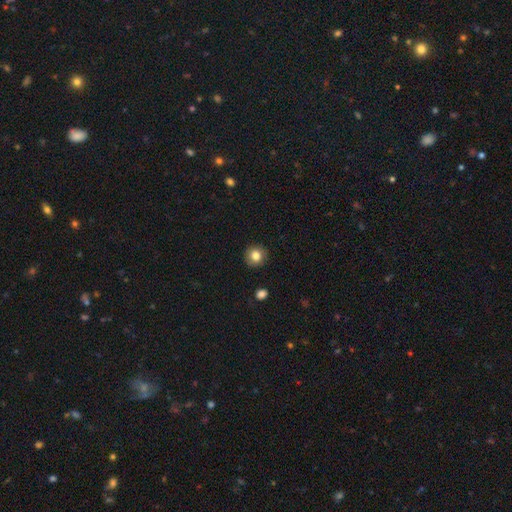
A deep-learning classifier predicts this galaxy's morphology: Smooth or featured? smooth (82%)
How rounded? round (92%)
Merging? none (89%)